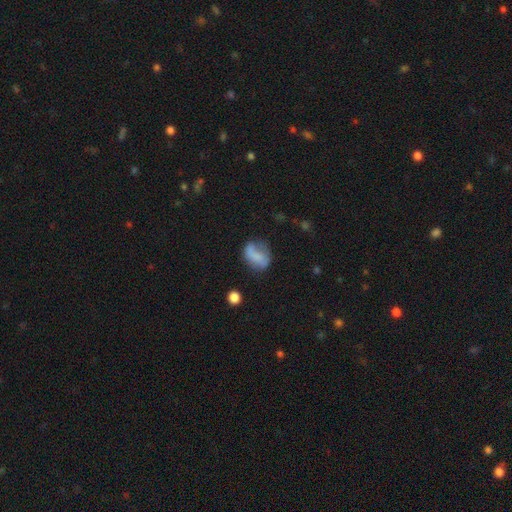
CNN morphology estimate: Smooth or featured: smooth — 65% (featured or disk — 25%)
How rounded: in between — 70% (round — 27%)
Merging: none — 43% (minor disturbance — 31%)